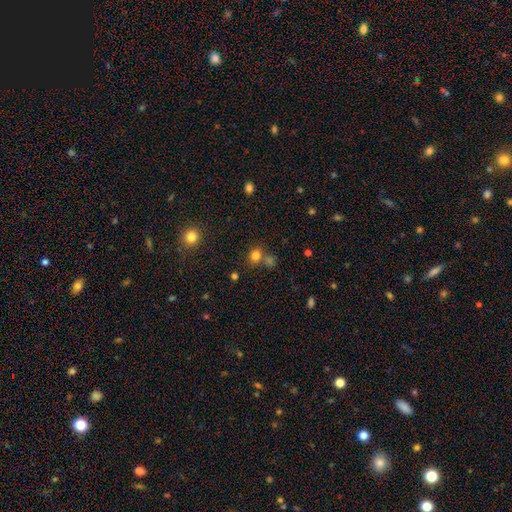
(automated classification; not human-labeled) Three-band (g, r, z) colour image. It shows a smooth galaxy with no disk features (78%) that is round (77%). Merging: none (65%).